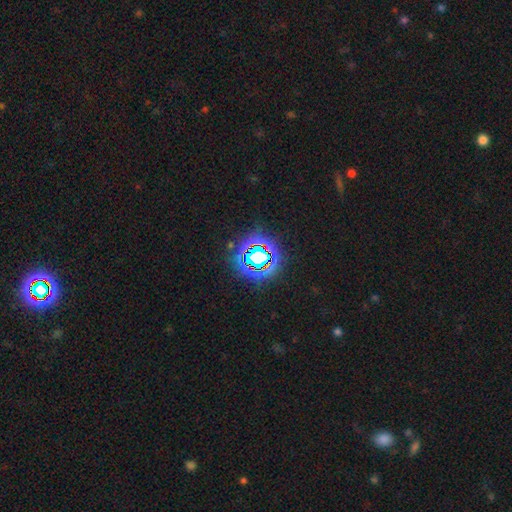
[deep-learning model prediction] The model was most divided on "smooth or featured": star or artifact: 73%, smooth: 16%, featured or disk: 11%.